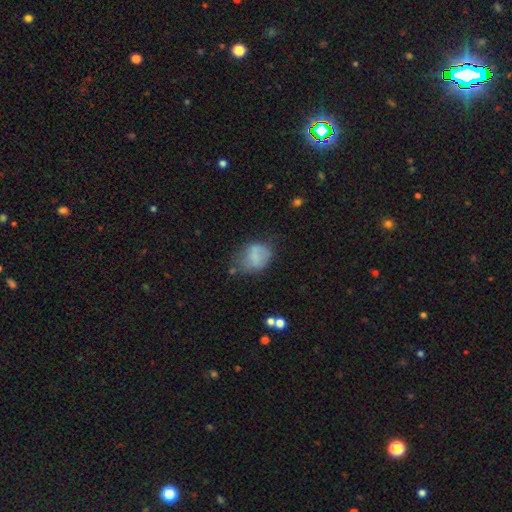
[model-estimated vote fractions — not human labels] Smooth or featured: smooth — 72% (featured or disk — 18%)
How rounded: in between — 65% (round — 33%)
Merging: none — 49% (minor disturbance — 31%)